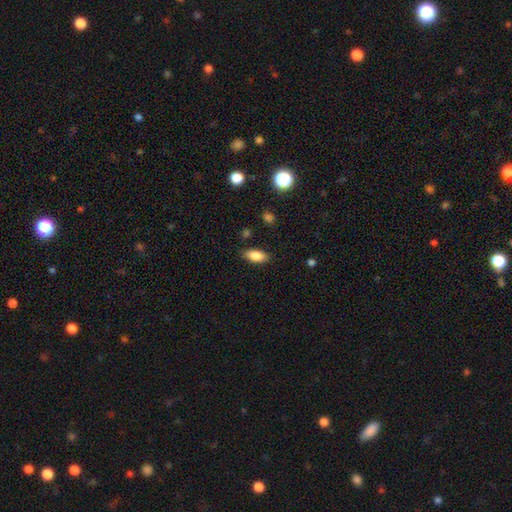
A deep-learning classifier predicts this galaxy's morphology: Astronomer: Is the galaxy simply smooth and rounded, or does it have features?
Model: smooth — 85%.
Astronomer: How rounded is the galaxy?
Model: in between — 87%.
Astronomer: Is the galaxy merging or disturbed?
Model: none — 84%.